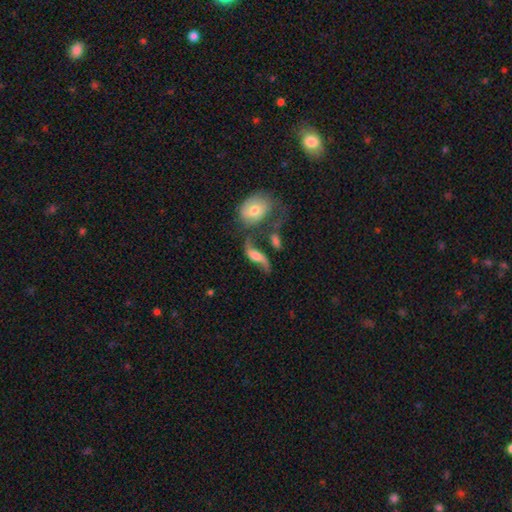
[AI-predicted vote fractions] The model was most divided on "bar": no: 45%, weak: 39%, strong: 16%. Remaining: spiral arms — yes (92%); spiral arm count — 2 (91%); edge-on disk — no (90%); spiral winding — loose (89%); smooth or featured — featured or disk (76%); bulge size — moderate (48%); merging — none (44%).